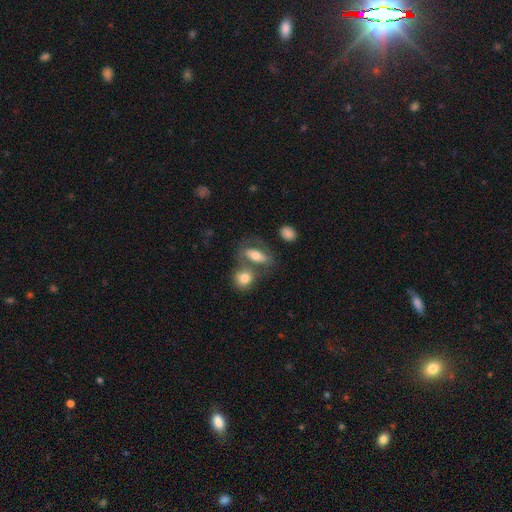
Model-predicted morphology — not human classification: A smooth galaxy with no disk features (62%) that is in between round and cigar-shaped (76%). Merging: none (47%).